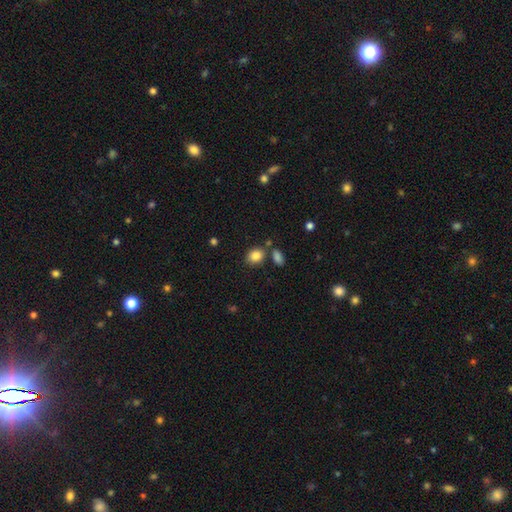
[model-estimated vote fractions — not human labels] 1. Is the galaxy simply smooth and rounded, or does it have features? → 85% smooth, 9% star or artifact, 6% featured or disk.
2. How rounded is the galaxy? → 59% in between, 40% round, 1% cigar-shaped.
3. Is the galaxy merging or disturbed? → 72% none, 12% minor disturbance, 12% merger, 3% major disturbance.